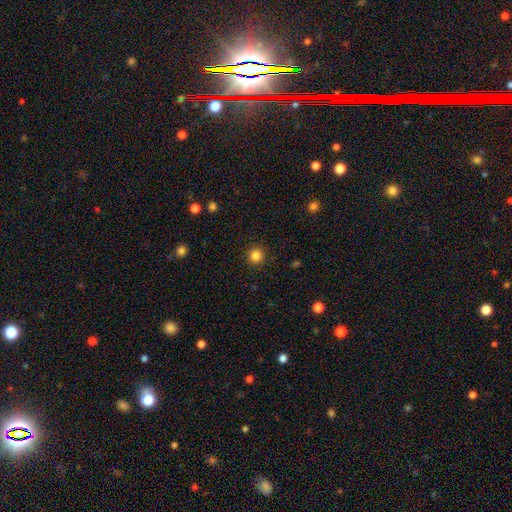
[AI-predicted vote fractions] Smooth or featured?
  - smooth: 84% *
  - star or artifact: 12%
  - featured or disk: 4%
How rounded?
  - round: 95% *
  - in between: 4%
  - cigar-shaped: 1%
Merging?
  - none: 92% *
  - minor disturbance: 5%
  - major disturbance: 2%
  - merger: 1%